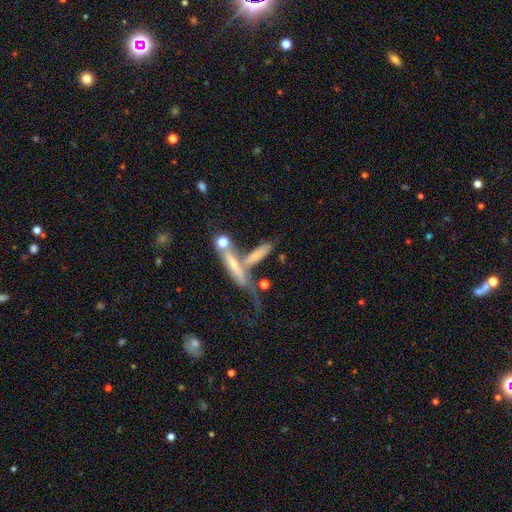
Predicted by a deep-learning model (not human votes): The model was most divided on "smooth or featured": smooth: 51%, featured or disk: 39%, star or artifact: 10%. Remaining: how rounded — cigar-shaped (70%); merging — merger (44%).